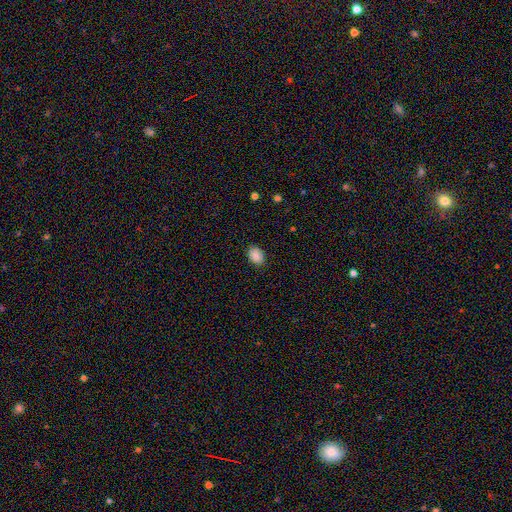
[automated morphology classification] The model was most divided on "how rounded": in between: 72%, round: 27%, cigar-shaped: 1%. More confident: merging — none (88%); smooth or featured — smooth (88%).